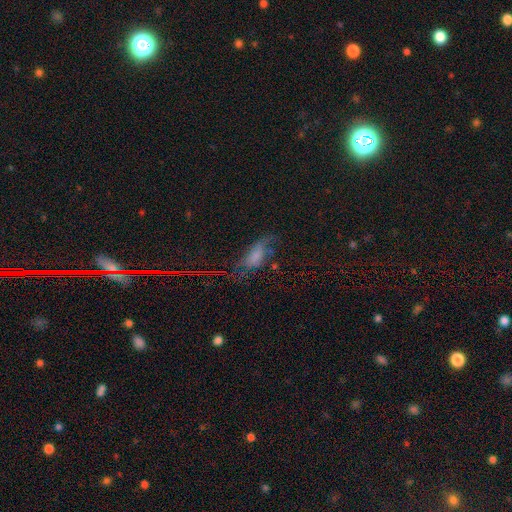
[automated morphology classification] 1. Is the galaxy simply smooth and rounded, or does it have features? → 49% smooth, 33% featured or disk, 18% star or artifact.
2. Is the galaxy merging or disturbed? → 37% none, 32% major disturbance, 26% minor disturbance, 4% merger.